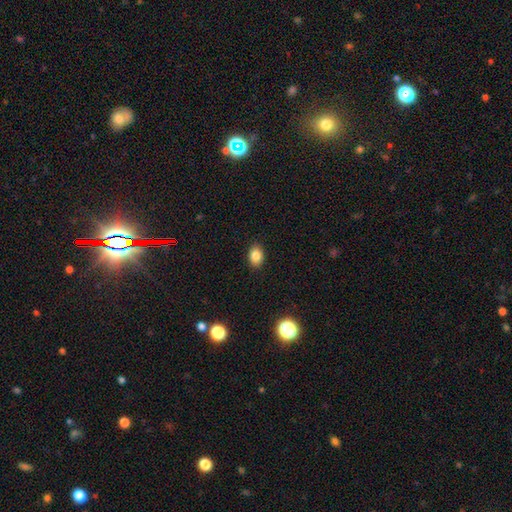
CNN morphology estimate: Overall: smooth (84%). How rounded: in between (74%). Merging: none (89%).